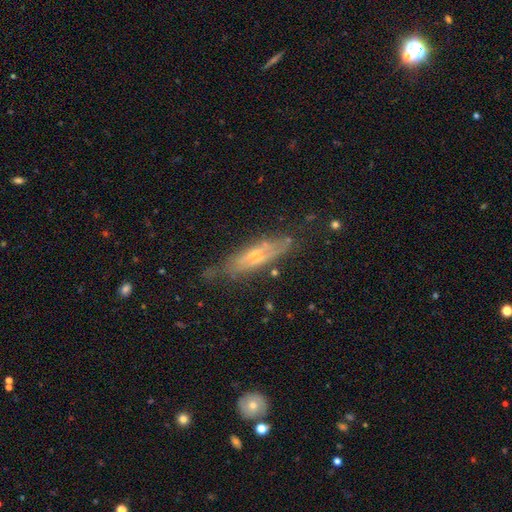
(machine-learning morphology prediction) Smooth or featured?
  - featured or disk: 56% *
  - smooth: 35%
  - star or artifact: 9%
Edge-on disk?
  - yes: 59% *
  - no: 41%
Merging?
  - none: 68% *
  - minor disturbance: 22%
  - major disturbance: 7%
  - merger: 4%